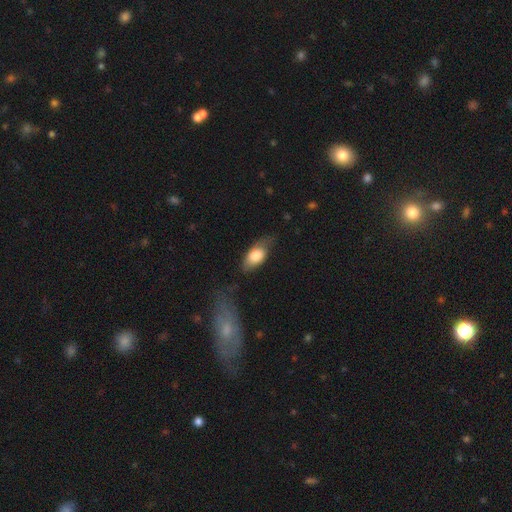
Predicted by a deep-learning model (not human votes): Smooth or featured?
  - smooth: 75% *
  - featured or disk: 18%
  - star or artifact: 6%
How rounded?
  - in between: 87% *
  - cigar-shaped: 8%
  - round: 5%
Merging?
  - none: 58% *
  - minor disturbance: 28%
  - major disturbance: 10%
  - merger: 3%